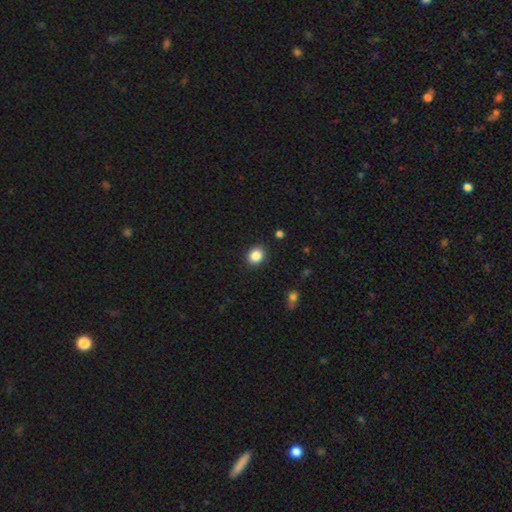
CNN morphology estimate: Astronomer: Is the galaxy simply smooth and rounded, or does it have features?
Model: smooth — 87%.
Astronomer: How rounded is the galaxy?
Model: round — 58% (runner-up: in between, 41%).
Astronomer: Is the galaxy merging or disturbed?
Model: none — 89%.